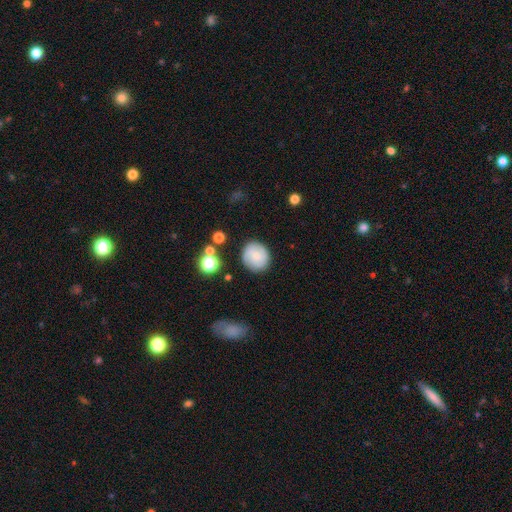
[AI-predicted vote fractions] Overall: smooth (73%). How rounded: round (87%). Merging: none (85%).